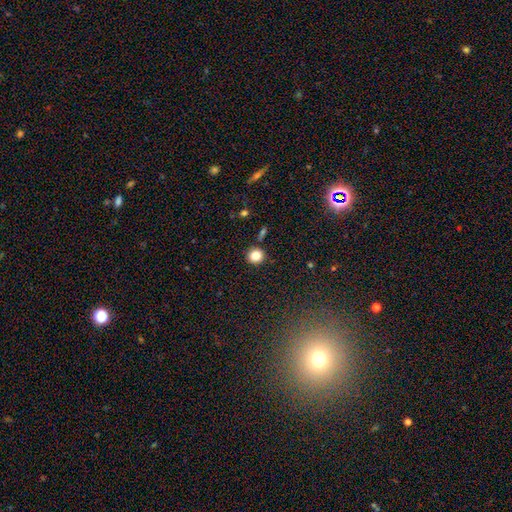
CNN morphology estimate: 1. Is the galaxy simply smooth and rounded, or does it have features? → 84% smooth, 11% star or artifact, 5% featured or disk.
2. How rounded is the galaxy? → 92% round, 7% in between, 1% cigar-shaped.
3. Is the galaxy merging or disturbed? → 88% none, 7% minor disturbance, 4% merger, 2% major disturbance.